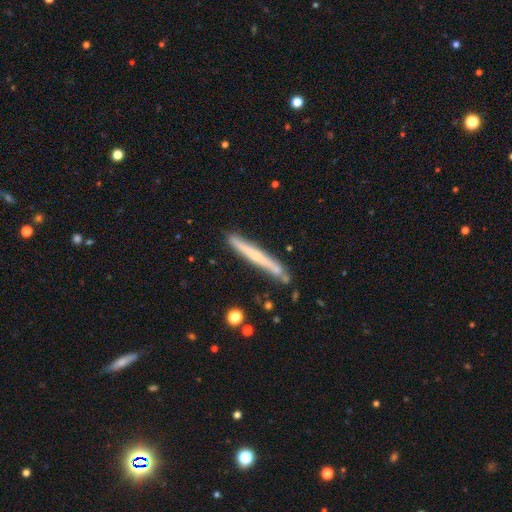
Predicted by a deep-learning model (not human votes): Morphology: type=smooth (49%); merging=none (82%).